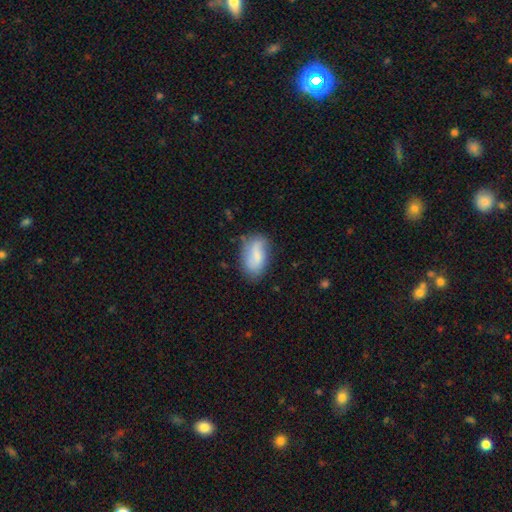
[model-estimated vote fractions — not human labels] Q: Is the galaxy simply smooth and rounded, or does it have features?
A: smooth — 66%.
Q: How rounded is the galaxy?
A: in between — 91%.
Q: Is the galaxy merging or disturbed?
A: none — 67%.